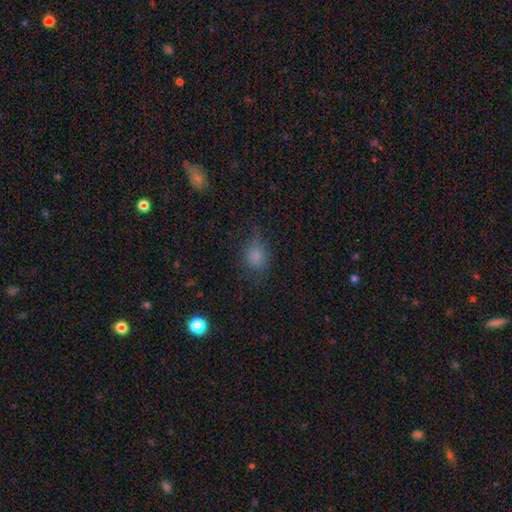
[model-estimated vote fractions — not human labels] Overall: smooth (80%). How rounded: in between (52%; round 46%). Merging: none (65%).